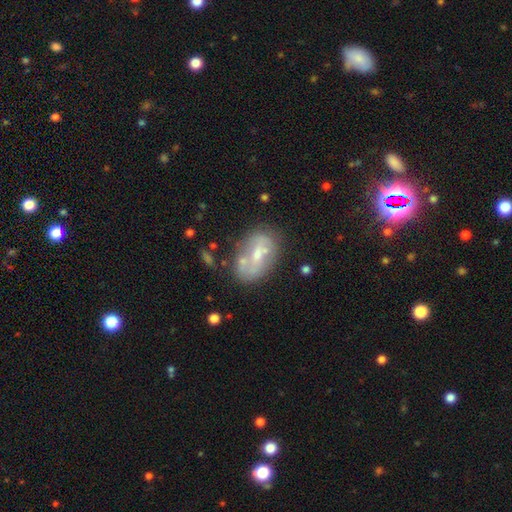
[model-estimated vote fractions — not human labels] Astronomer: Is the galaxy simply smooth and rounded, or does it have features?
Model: featured or disk — 53% (runner-up: smooth, 38%).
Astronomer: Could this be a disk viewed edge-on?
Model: no — 94%.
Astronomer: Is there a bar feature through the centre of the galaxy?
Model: no — 57%.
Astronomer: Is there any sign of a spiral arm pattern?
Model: no — 67%.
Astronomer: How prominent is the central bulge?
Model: moderate — 44% (runner-up: small, 42%).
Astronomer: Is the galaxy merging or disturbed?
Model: none — 52%.